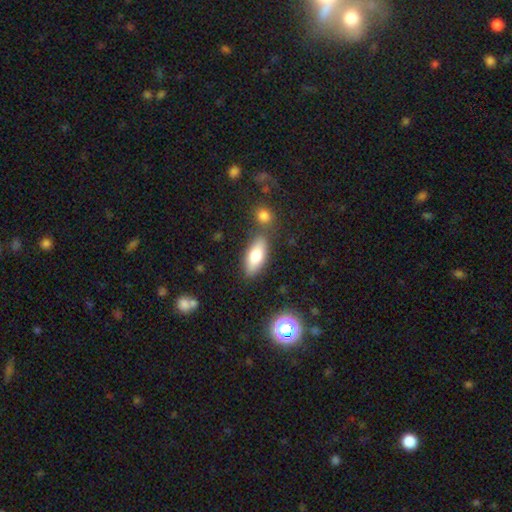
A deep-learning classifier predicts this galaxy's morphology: Overall: smooth (75%). How rounded: in between (76%). Merging: none (75%).